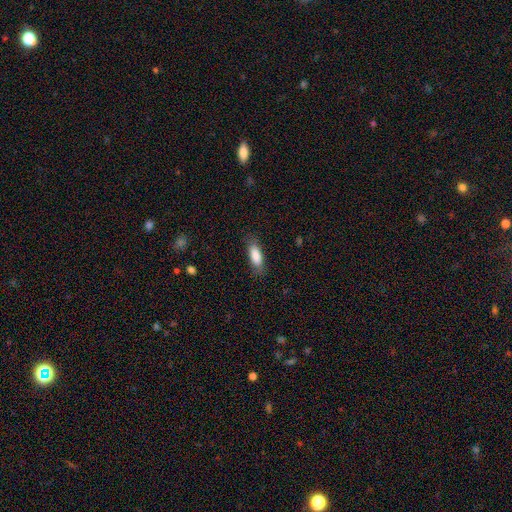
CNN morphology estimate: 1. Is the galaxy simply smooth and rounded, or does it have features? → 86% smooth, 8% featured or disk, 6% star or artifact.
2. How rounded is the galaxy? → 68% in between, 30% cigar-shaped, 2% round.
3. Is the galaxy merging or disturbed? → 82% none, 13% minor disturbance, 4% major disturbance, 1% merger.